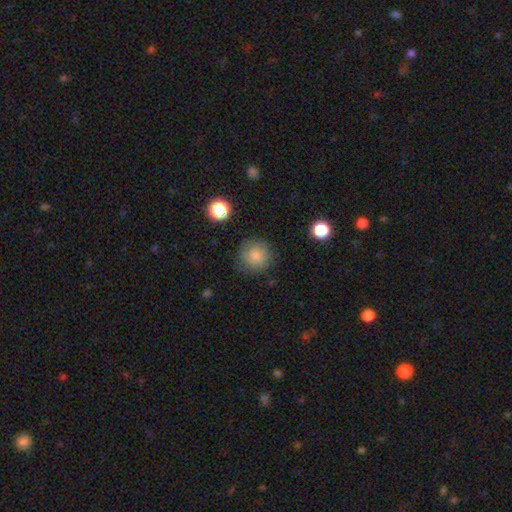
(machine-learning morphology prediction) This appears to be a smooth galaxy with no disk features (83%) that is round (93%). Merging: none (81%).